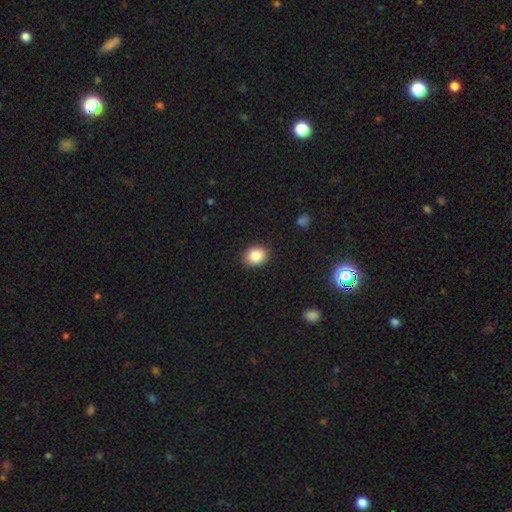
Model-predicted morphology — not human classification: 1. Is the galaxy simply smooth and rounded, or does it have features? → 85% smooth, 9% star or artifact, 6% featured or disk.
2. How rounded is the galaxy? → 52% round, 47% in between, 1% cigar-shaped.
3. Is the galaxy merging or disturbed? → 89% none, 8% minor disturbance, 2% major disturbance, 1% merger.